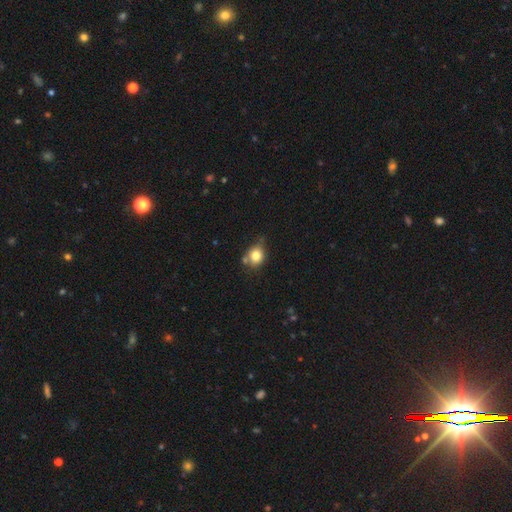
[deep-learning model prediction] Morphology: type=smooth (80%); roundness=round (67%); merging=none (60%).